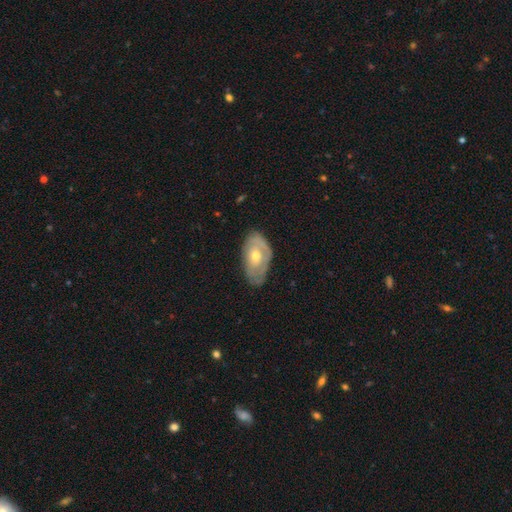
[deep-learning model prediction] Morphology: type=featured or disk (53%); edge-on=no (90%); merging=none (55%).